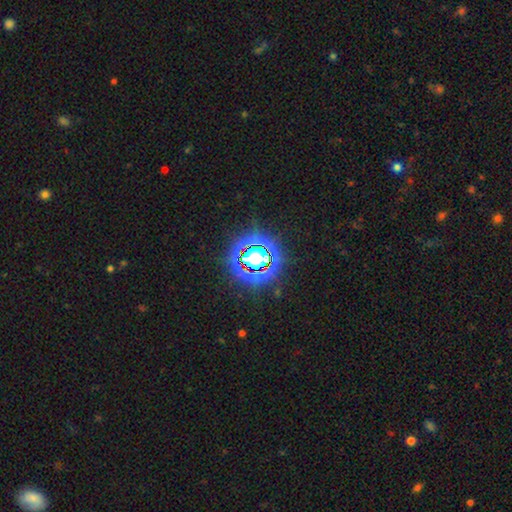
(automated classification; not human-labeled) Smooth or featured? Predicted: star or artifact (p=0.79).